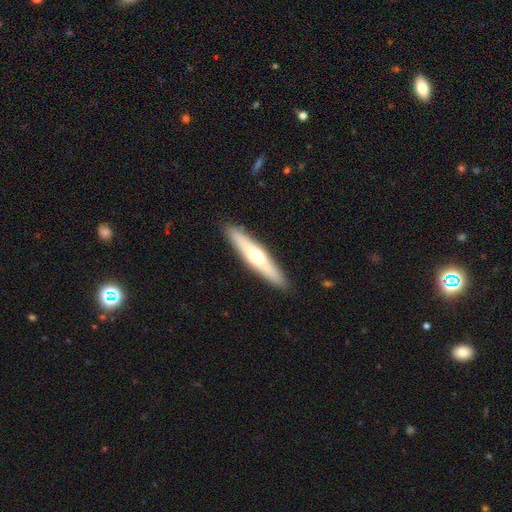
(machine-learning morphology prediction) featured or disk 48%, smooth 46%, star or artifact 6%. Down the decision tree: merging — none (90%).